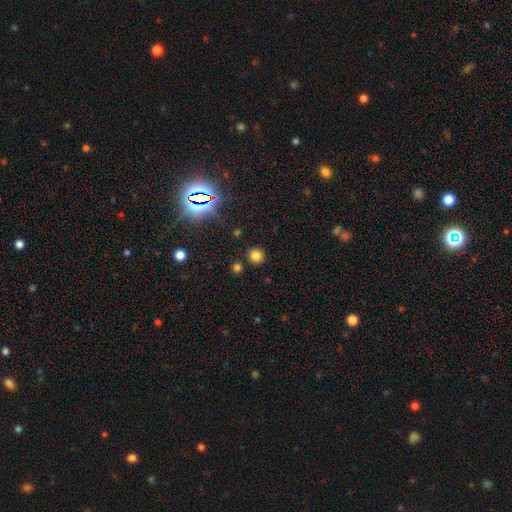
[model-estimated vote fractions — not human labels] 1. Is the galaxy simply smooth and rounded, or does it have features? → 77% smooth, 17% star or artifact, 5% featured or disk.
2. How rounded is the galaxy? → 94% round, 5% in between, 1% cigar-shaped.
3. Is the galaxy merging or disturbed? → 88% none, 6% minor disturbance, 5% merger, 2% major disturbance.